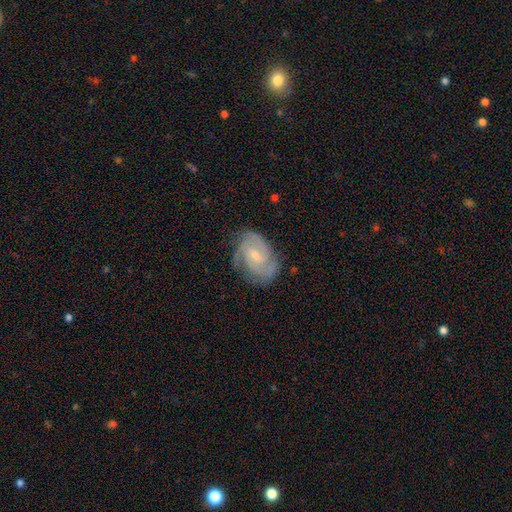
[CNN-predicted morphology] Q: Smooth or featured?
A: featured or disk (88%); runner-up: smooth (8%)
Q: Edge-on disk?
A: no (98%); runner-up: yes (2%)
Q: Bar?
A: weak (47%); runner-up: no (44%)
Q: Spiral arms?
A: yes (98%); runner-up: no (2%)
Q: Spiral winding?
A: tight (56%); runner-up: medium (39%)
Q: Spiral arm count?
A: 2 (42%); runner-up: 3 (34%)
Q: Bulge size?
A: small (60%); runner-up: moderate (33%)
Q: Merging?
A: none (76%); runner-up: minor disturbance (18%)